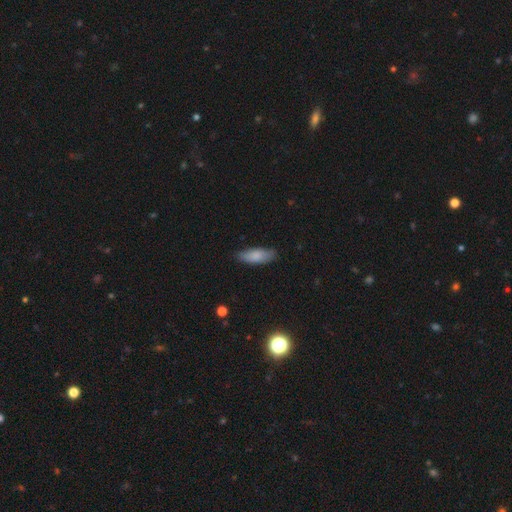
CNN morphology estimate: A smooth galaxy with no disk features (82%) that is in between round and cigar-shaped (70%).

Vote fractions:
- Smooth or featured? smooth: 82% / featured or disk: 12% / star or artifact: 6%
- How rounded? in between: 70% / cigar-shaped: 28% / round: 2%
- Merging? none: 76% / minor disturbance: 19% / major disturbance: 3% / merger: 1%